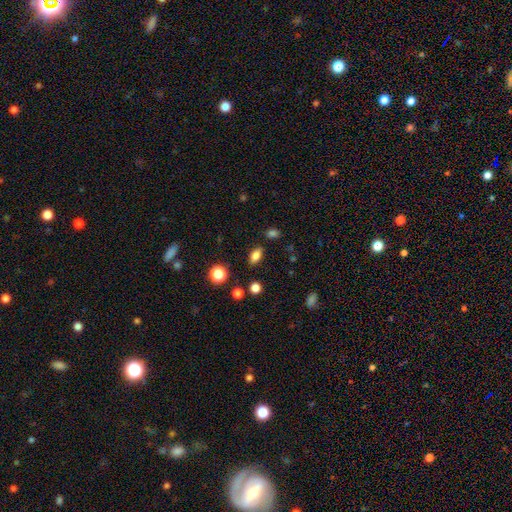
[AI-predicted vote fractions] Smooth or featured? Predicted: smooth (p=0.80). How rounded? Predicted: in between (p=0.85). Merging? Predicted: none (p=0.85).